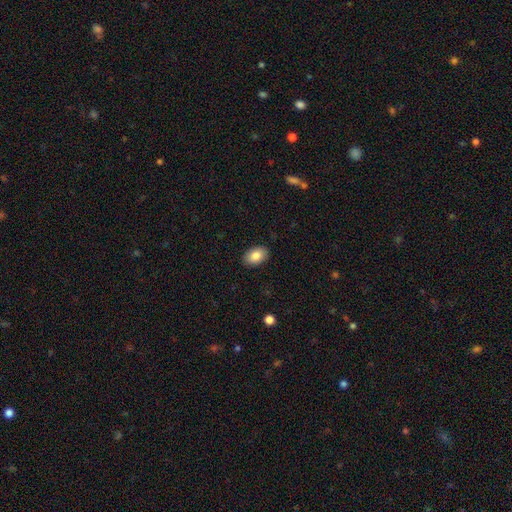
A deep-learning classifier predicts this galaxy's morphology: Smooth or featured? Predicted: smooth (p=0.85). How rounded? Predicted: in between (p=0.89). Merging? Predicted: none (p=0.90).